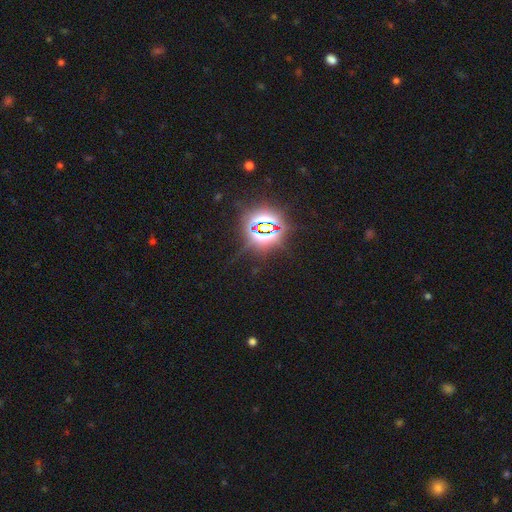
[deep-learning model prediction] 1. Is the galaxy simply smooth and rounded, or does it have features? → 84% star or artifact, 10% smooth, 6% featured or disk.